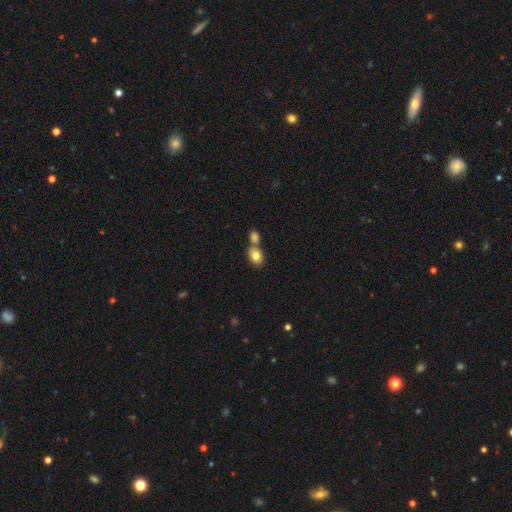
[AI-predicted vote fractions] smooth_or_featured: smooth (p=0.80) [alt: featured or disk p=0.11]
how_rounded: in between (p=0.63) [alt: round p=0.35]
merging: none (p=0.46) [alt: merger p=0.42]